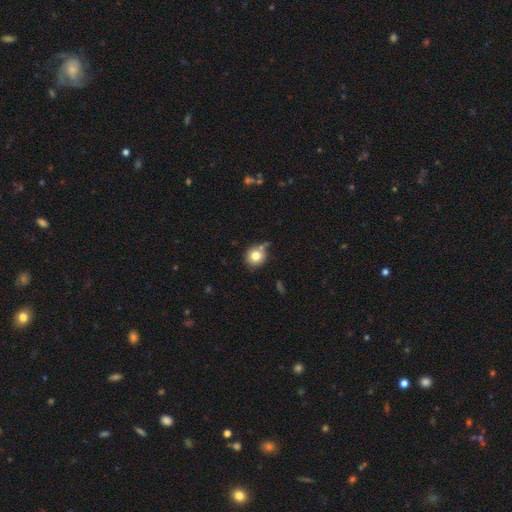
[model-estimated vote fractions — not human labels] Smooth or featured? smooth (80%)
How rounded? round (89%)
Merging? none (72%)